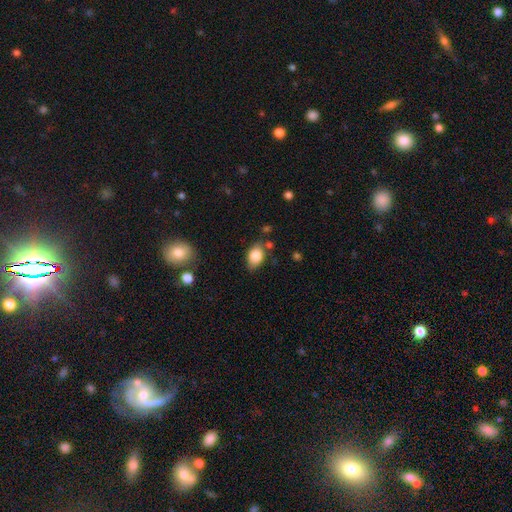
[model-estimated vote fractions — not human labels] A smooth galaxy with no disk features (83%) that is in between round and cigar-shaped (84%).

Vote fractions:
- Smooth or featured? smooth: 83% / featured or disk: 9% / star or artifact: 8%
- How rounded? in between: 84% / round: 15% / cigar-shaped: 1%
- Merging? none: 74% / minor disturbance: 17% / merger: 5% / major disturbance: 4%